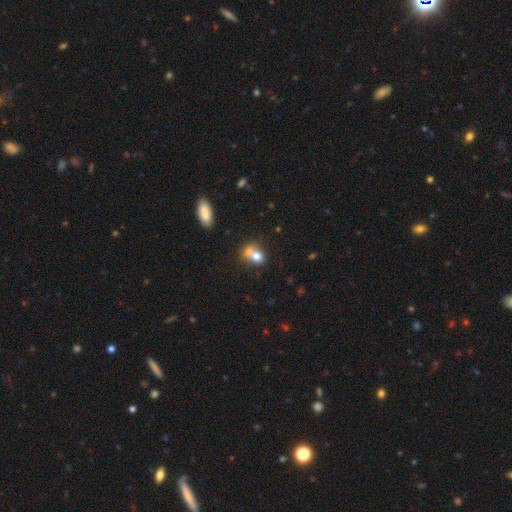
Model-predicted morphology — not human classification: Q: Smooth or featured?
A: smooth (71%); runner-up: featured or disk (19%)
Q: How rounded?
A: round (51%); runner-up: in between (48%)
Q: Merging?
A: merger (65%); runner-up: none (24%)